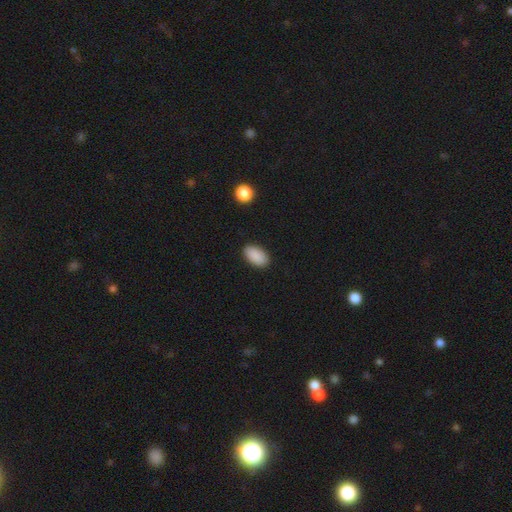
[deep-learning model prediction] Smooth or featured?
  - smooth: 90% *
  - star or artifact: 7%
  - featured or disk: 3%
How rounded?
  - in between: 95% *
  - round: 4%
  - cigar-shaped: 2%
Merging?
  - none: 89% *
  - minor disturbance: 8%
  - major disturbance: 2%
  - merger: 1%